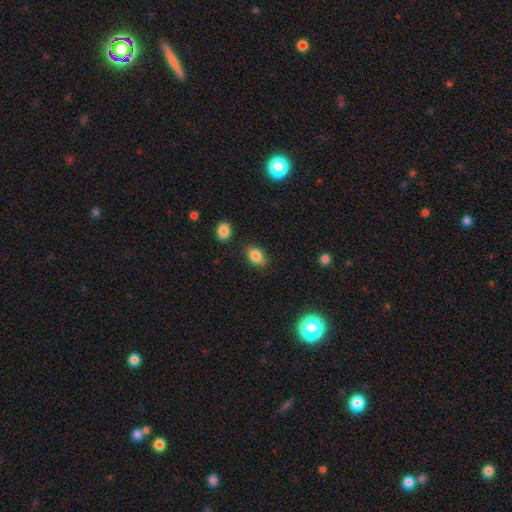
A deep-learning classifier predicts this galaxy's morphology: type=smooth (85%); roundness=in between (82%); merging=none (82%).